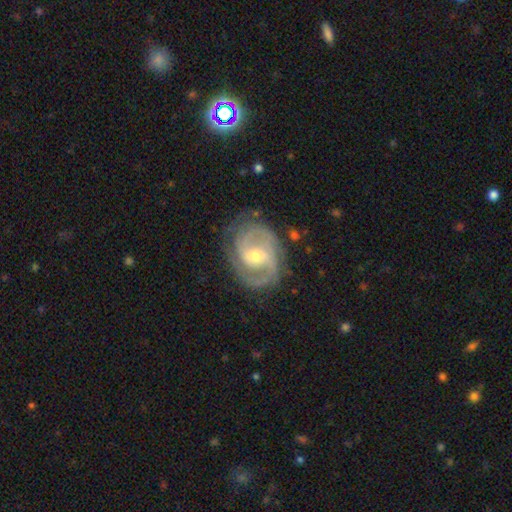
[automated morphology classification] This appears to be a featured or disk galaxy (89%) with a weak bar (51%), 2 (72%) medium (49%) spiral arms (97%) and a moderate central bulge (55%). Merging: none (74%).